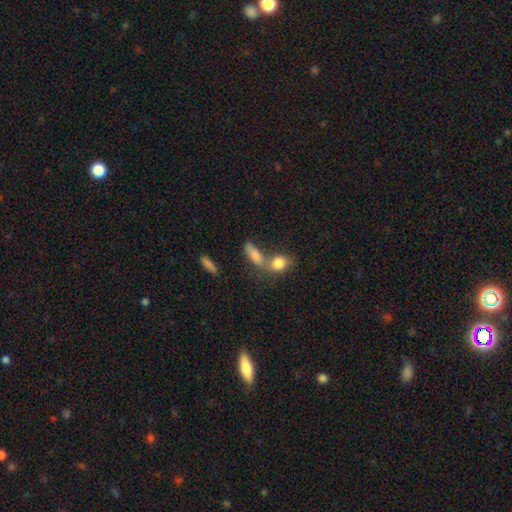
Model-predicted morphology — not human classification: This appears to be a smooth galaxy with no disk features (72%) that is in between round and cigar-shaped (56%). Merging: merger (42%).